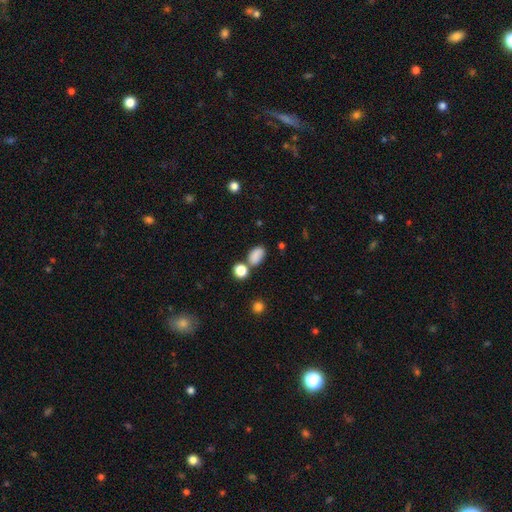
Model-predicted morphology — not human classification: type=smooth (81%); roundness=in between (83%); merging=none (61%).